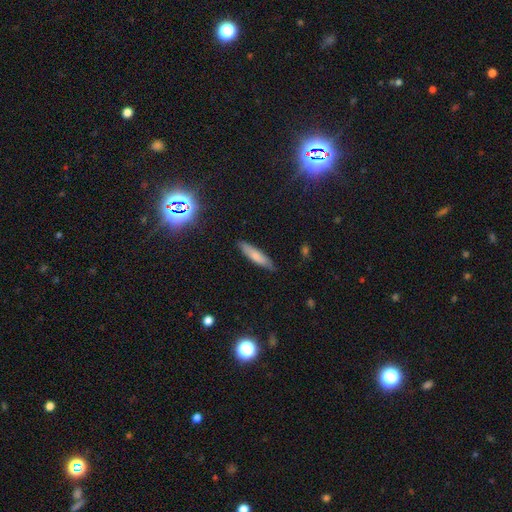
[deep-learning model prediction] A smooth galaxy with no disk features (74%) that is cigar-shaped (79%). Merging: none (84%).